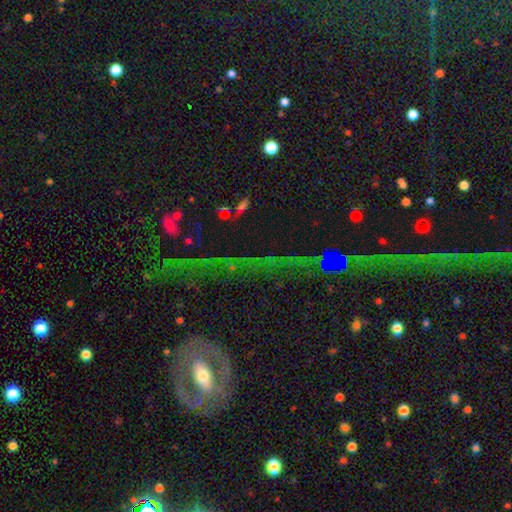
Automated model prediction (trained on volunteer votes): Smooth or featured?
  - star or artifact: 70% *
  - smooth: 16%
  - featured or disk: 15%